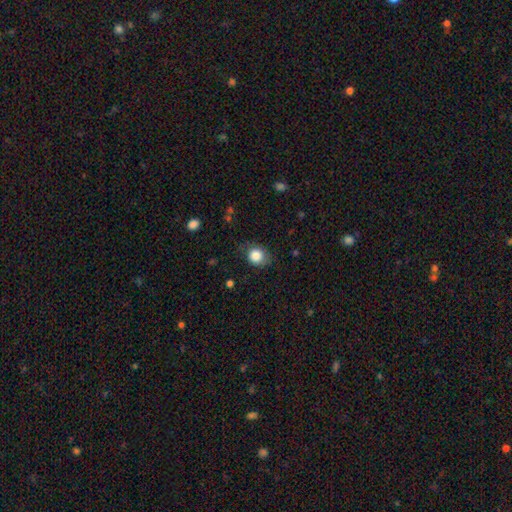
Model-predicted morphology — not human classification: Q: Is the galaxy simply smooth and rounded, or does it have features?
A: smooth — 85%.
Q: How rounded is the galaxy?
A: round — 73%.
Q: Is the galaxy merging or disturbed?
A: none — 74%.